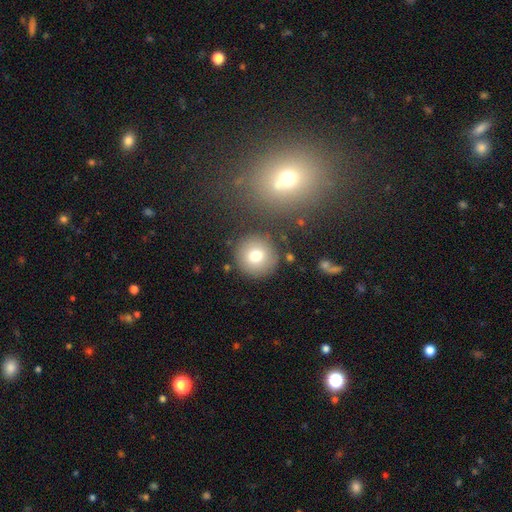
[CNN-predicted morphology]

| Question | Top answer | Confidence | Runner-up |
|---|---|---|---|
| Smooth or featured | smooth | 76% | featured or disk (13%) |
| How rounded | round | 94% | in between (5%) |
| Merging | none | 85% | minor disturbance (8%) |